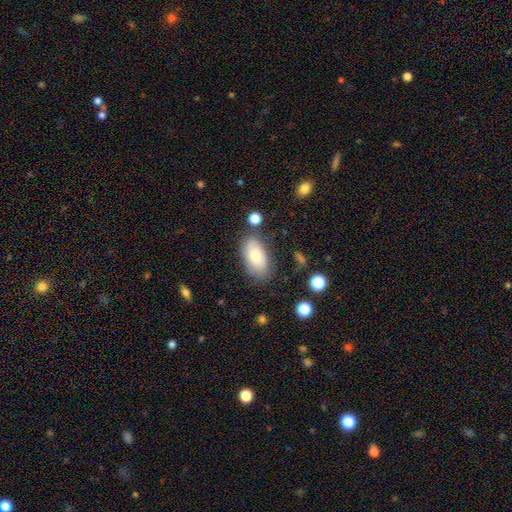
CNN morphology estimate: Smooth or featured: smooth — 71% (featured or disk — 22%)
How rounded: in between — 93% (round — 4%)
Merging: none — 73% (minor disturbance — 18%)